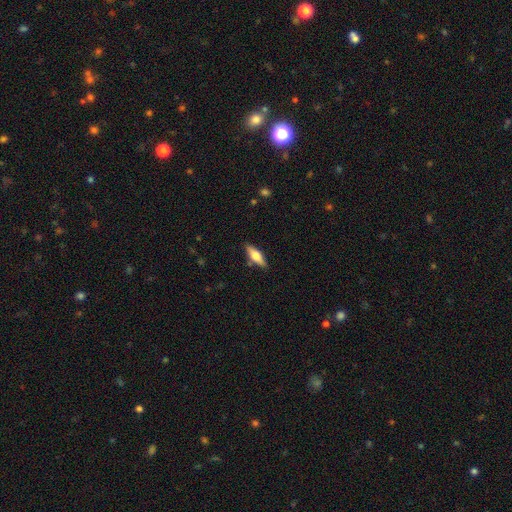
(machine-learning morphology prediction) Smooth or featured? Predicted: smooth (p=0.53). How rounded? Predicted: in between (p=0.54). Merging? Predicted: none (p=0.85).